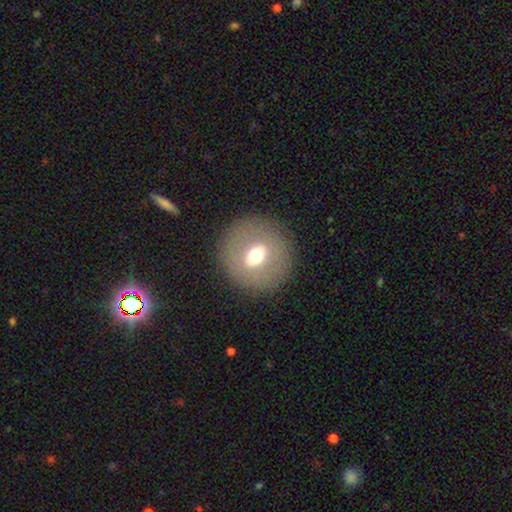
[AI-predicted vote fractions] Morphology: type=smooth (52%); roundness=round (85%); merging=none (87%).